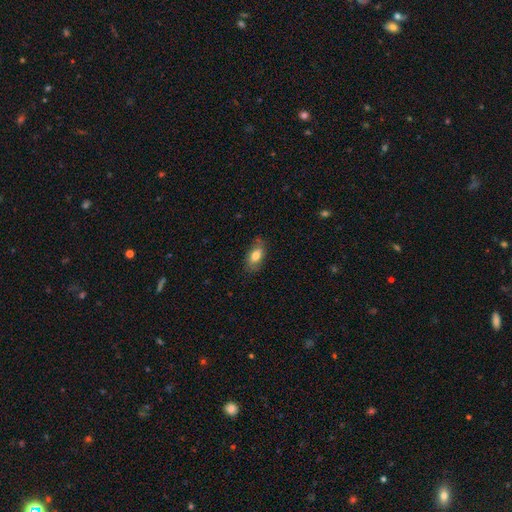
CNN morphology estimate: A smooth galaxy with no disk features (75%) that is in between round and cigar-shaped (89%). Merging: none (74%).